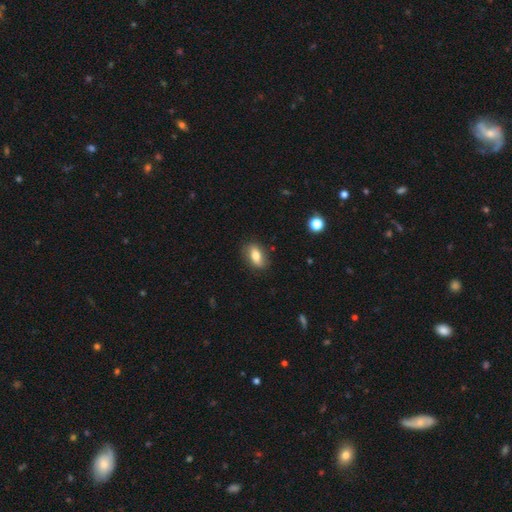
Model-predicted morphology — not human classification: The model was most divided on "smooth or featured": smooth: 73%, featured or disk: 19%, star or artifact: 8%. More confident: how rounded — in between (84%); merging — none (82%).